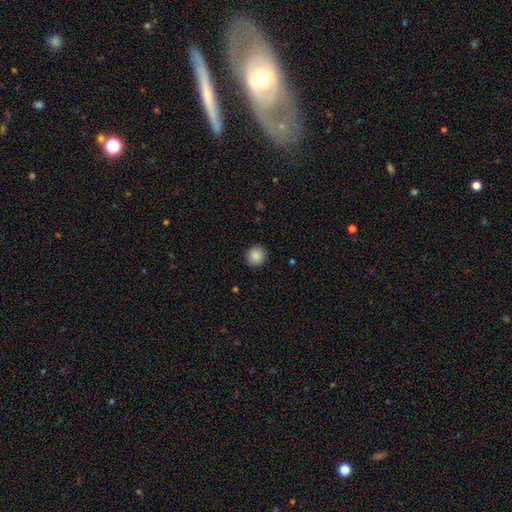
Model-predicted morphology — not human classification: Smooth or featured? Predicted: smooth (p=0.88). How rounded? Predicted: round (p=0.93). Merging? Predicted: none (p=0.91).